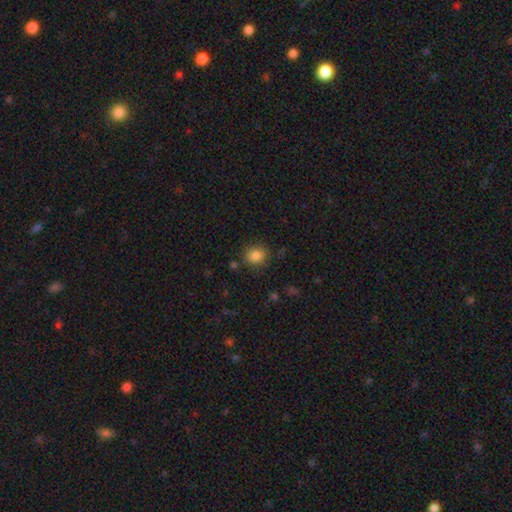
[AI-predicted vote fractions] Q: Smooth or featured?
A: smooth (83%); runner-up: star or artifact (11%)
Q: How rounded?
A: round (73%); runner-up: in between (26%)
Q: Merging?
A: none (82%); runner-up: minor disturbance (11%)